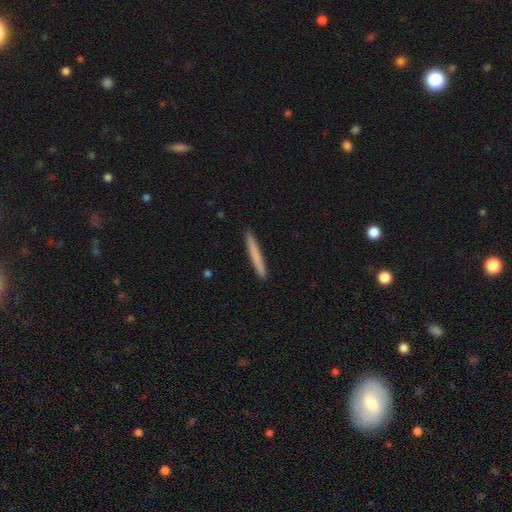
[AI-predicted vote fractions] smooth_or_featured: smooth (p=0.75) [alt: featured or disk p=0.19]
how_rounded: cigar-shaped (p=0.97) [alt: in between p=0.02]
merging: none (p=0.93) [alt: minor disturbance p=0.05]